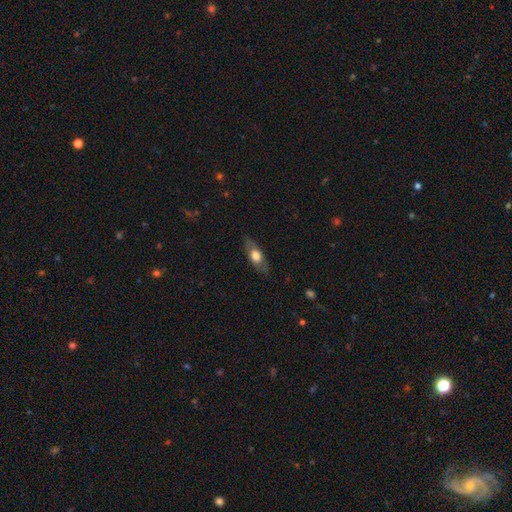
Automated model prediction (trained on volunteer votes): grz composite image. It shows a smooth galaxy with no disk features (55%) that is in between round and cigar-shaped (69%). Merging: none (81%).